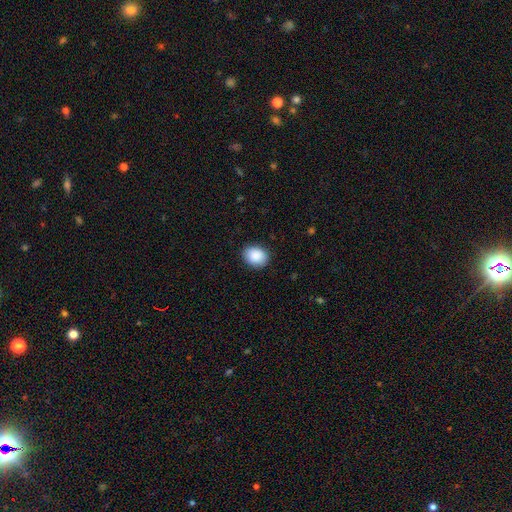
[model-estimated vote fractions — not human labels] Smooth or featured? smooth (90%)
How rounded? in between (57%)
Merging? none (88%)